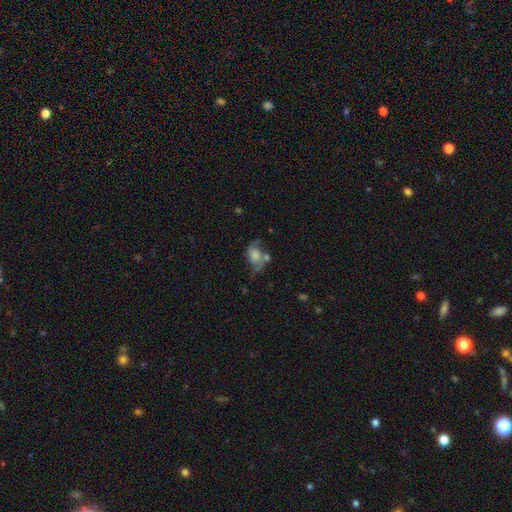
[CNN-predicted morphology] Smooth or featured? Predicted: featured or disk (p=0.54). Edge-on disk? Predicted: no (p=0.96). Bar? Predicted: no (p=0.75). Spiral arms? Predicted: yes (p=0.79). Bulge size? Predicted: none (p=0.30). Merging? Predicted: none (p=0.37).